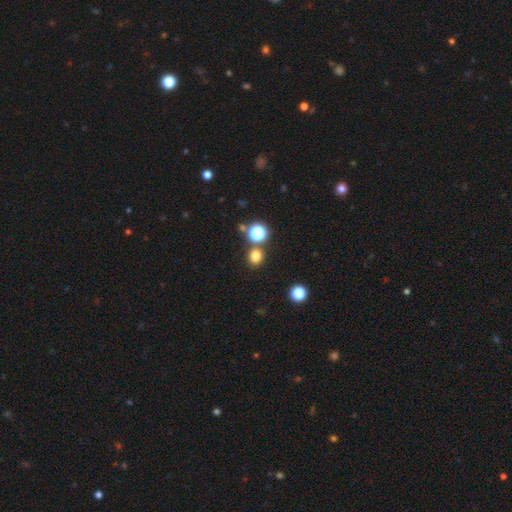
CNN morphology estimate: Smooth or featured? smooth (78%)
How rounded? round (73%)
Merging? none (78%)